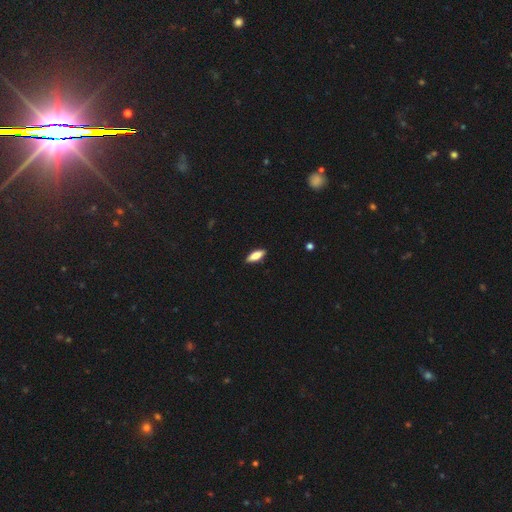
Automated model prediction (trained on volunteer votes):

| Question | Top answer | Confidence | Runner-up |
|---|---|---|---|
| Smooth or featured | smooth | 78% | featured or disk (16%) |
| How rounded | in between | 66% | cigar-shaped (32%) |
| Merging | none | 89% | minor disturbance (8%) |